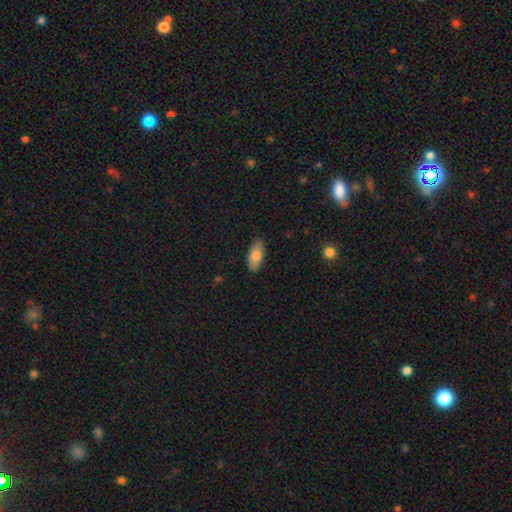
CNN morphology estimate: A smooth galaxy with no disk features (79%) that is in between round and cigar-shaped (88%). Merging: none (87%).